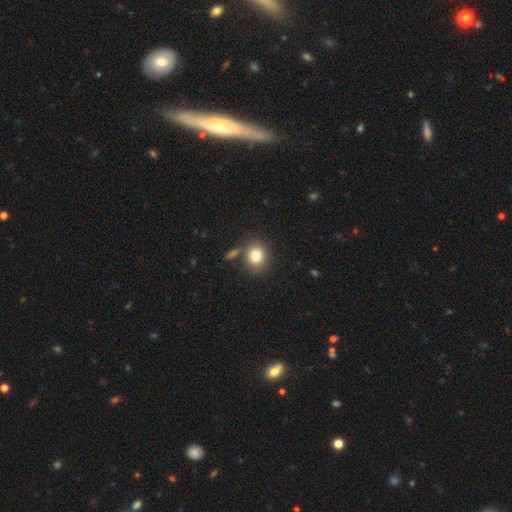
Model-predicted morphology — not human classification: Q: Smooth or featured?
A: smooth (81%); runner-up: star or artifact (11%)
Q: How rounded?
A: round (76%); runner-up: in between (23%)
Q: Merging?
A: none (76%); runner-up: minor disturbance (10%)